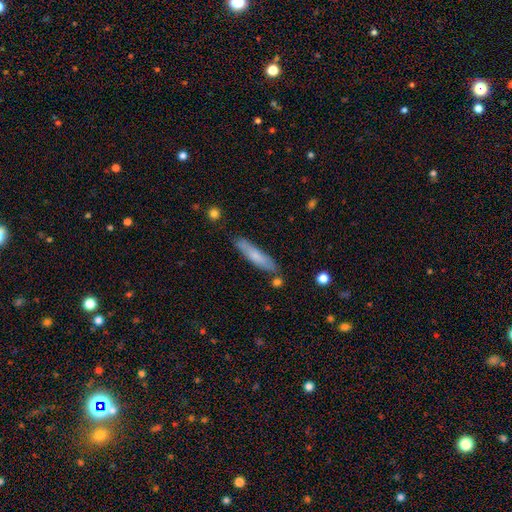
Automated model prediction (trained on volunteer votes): Smooth or featured? Predicted: smooth (p=0.69). How rounded? Predicted: cigar-shaped (p=0.85). Merging? Predicted: none (p=0.80).